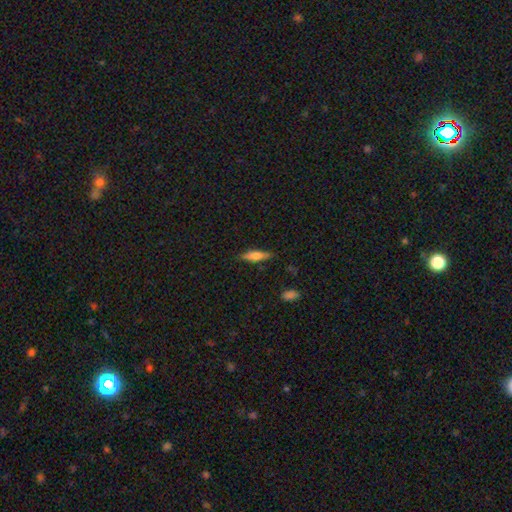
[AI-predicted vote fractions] Overall: smooth (67%). How rounded: cigar-shaped (67%; in between 31%). Merging: none (83%).